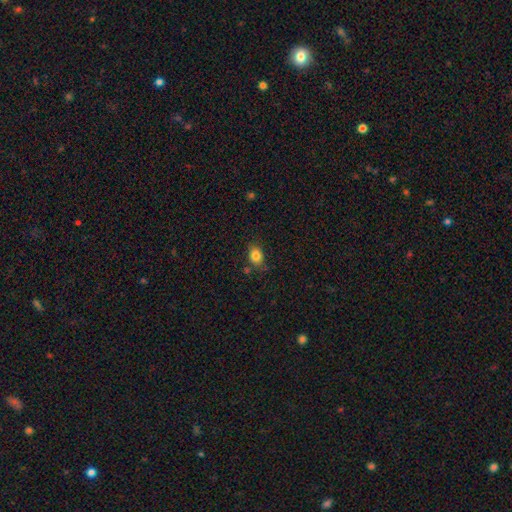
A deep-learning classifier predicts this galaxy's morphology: type=smooth (83%); roundness=in between (64%); merging=none (75%).